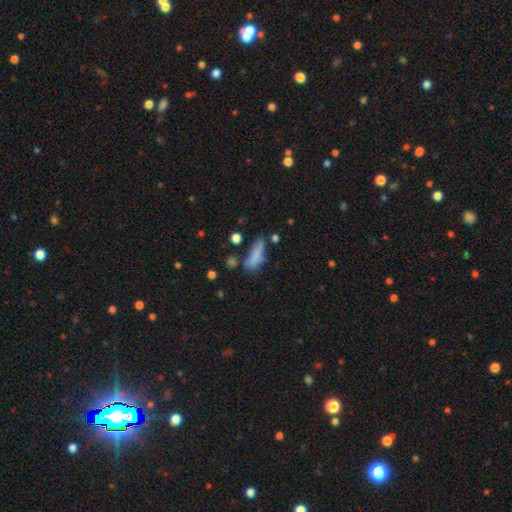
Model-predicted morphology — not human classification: Q: Smooth or featured?
A: smooth (77%); runner-up: featured or disk (13%)
Q: How rounded?
A: in between (51%); runner-up: cigar-shaped (45%)
Q: Merging?
A: none (52%); runner-up: minor disturbance (26%)